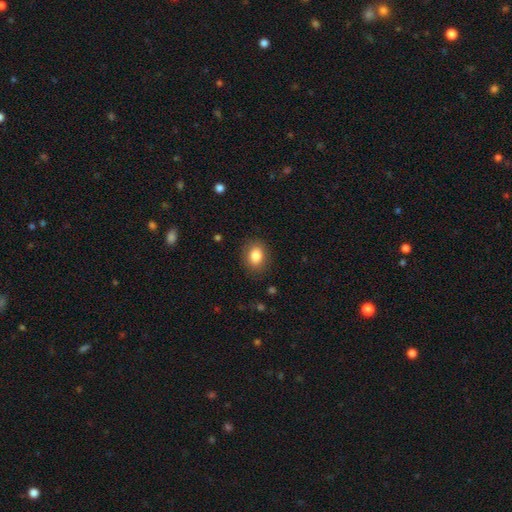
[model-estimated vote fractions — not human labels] Q: Smooth or featured?
A: smooth (84%); runner-up: star or artifact (9%)
Q: How rounded?
A: in between (58%); runner-up: round (40%)
Q: Merging?
A: none (86%); runner-up: minor disturbance (10%)